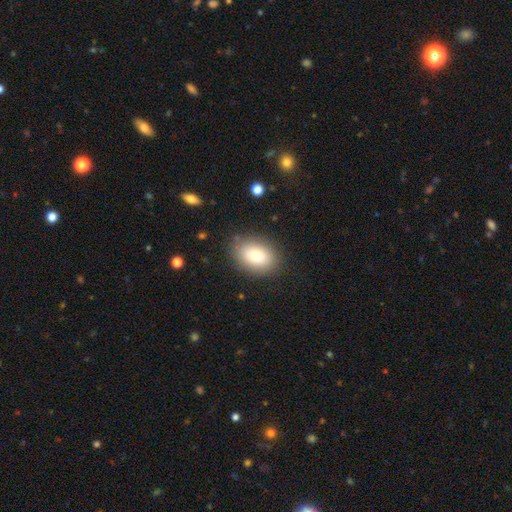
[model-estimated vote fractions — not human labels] Smooth or featured? Predicted: smooth (p=0.81). How rounded? Predicted: in between (p=0.78). Merging? Predicted: none (p=0.85).